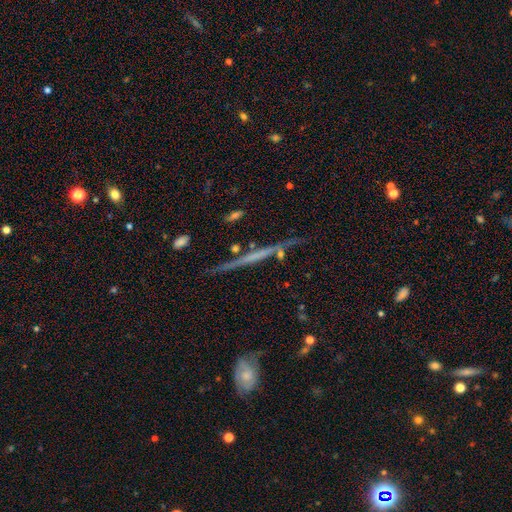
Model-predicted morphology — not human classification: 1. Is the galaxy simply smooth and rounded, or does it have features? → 68% featured or disk, 23% smooth, 10% star or artifact.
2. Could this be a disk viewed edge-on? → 95% yes, 5% no.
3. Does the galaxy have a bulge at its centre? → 78% none, 13% rounded, 9% boxy.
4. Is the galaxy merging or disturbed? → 79% none, 14% minor disturbance, 4% major disturbance, 4% merger.